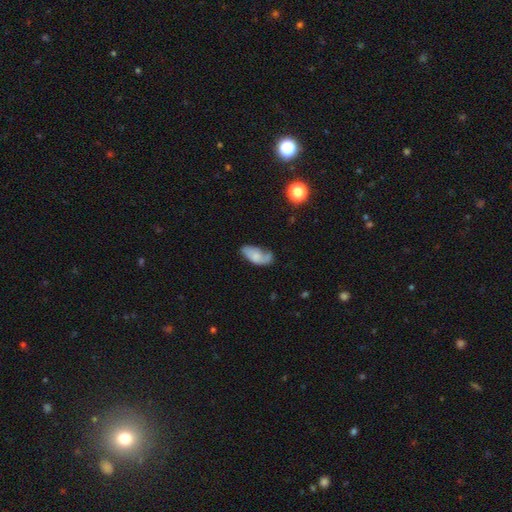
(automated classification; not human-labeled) Q: Smooth or featured?
A: smooth (58%); runner-up: featured or disk (34%)
Q: How rounded?
A: in between (89%); runner-up: cigar-shaped (7%)
Q: Merging?
A: none (40%); runner-up: minor disturbance (31%)